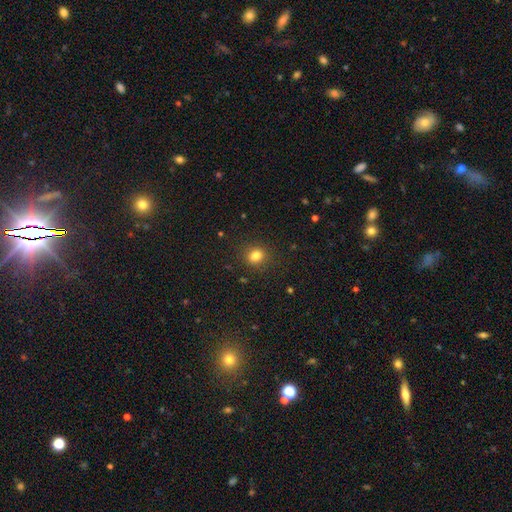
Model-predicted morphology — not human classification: Smooth or featured: smooth — 82% (star or artifact — 13%)
How rounded: round — 74% (in between — 25%)
Merging: none — 88% (minor disturbance — 8%)